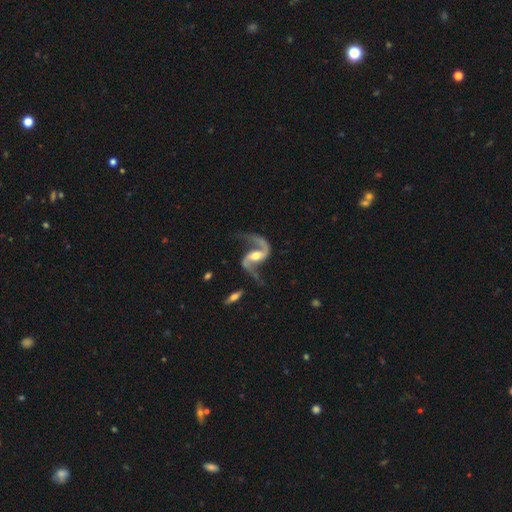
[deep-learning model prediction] Smooth or featured: featured or disk — 93% (star or artifact — 4%)
Edge-on disk: no — 97% (yes — 3%)
Bar: weak — 40% (strong — 33%)
Spiral arms: yes — 98% (no — 2%)
Spiral winding: loose — 68% (medium — 27%)
Spiral arm count: 2 — 94% (1 — 2%)
Bulge size: moderate — 64% (small — 26%)
Merging: none — 69% (minor disturbance — 15%)